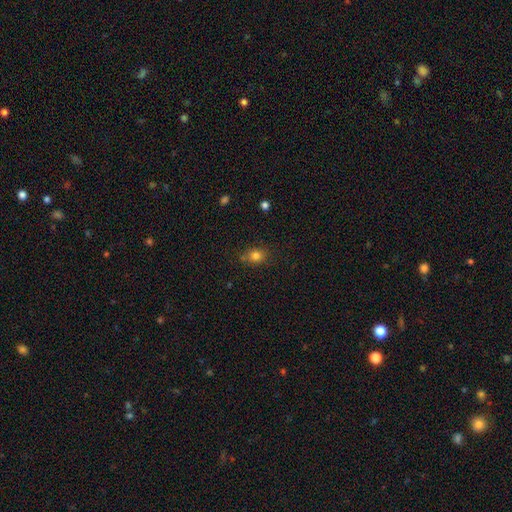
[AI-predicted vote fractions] Smooth or featured? Predicted: smooth (p=0.80). How rounded? Predicted: round (p=0.59). Merging? Predicted: none (p=0.75).